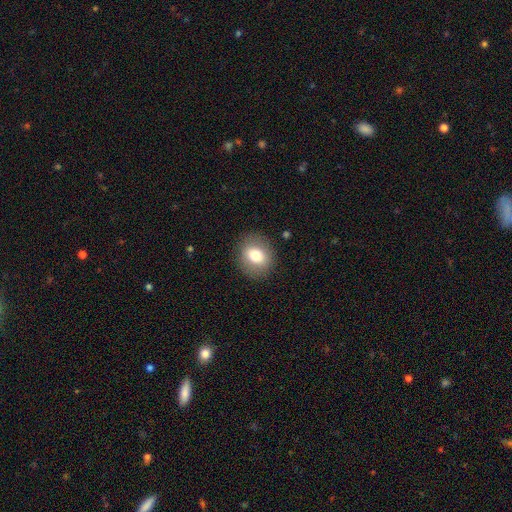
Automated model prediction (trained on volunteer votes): Smooth or featured? smooth (76%)
How rounded? round (62%)
Merging? none (87%)